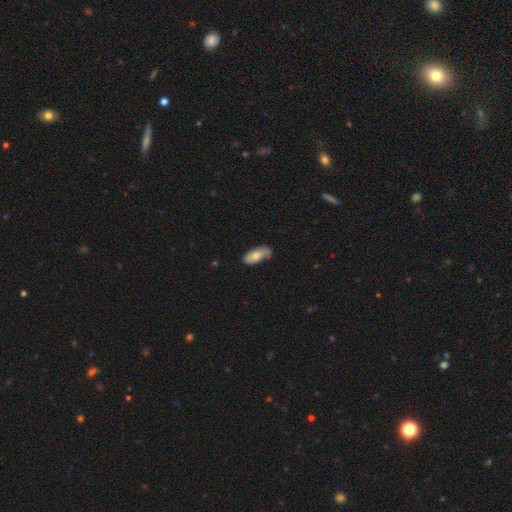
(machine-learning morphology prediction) Smooth or featured: smooth — 73% (featured or disk — 21%)
How rounded: in between — 87% (cigar-shaped — 11%)
Merging: none — 64% (minor disturbance — 28%)